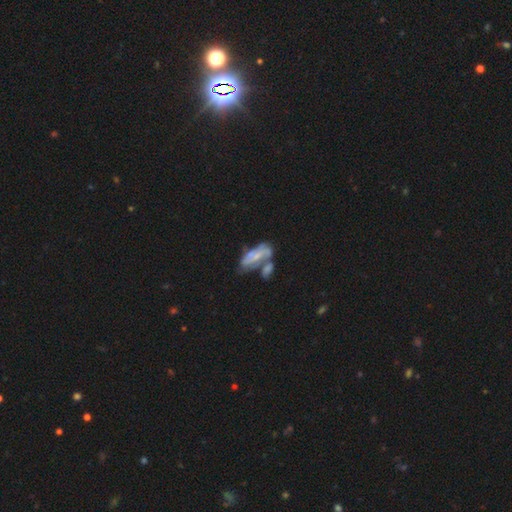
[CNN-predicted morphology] A featured or disk galaxy (56%). Merging: merger (48%).